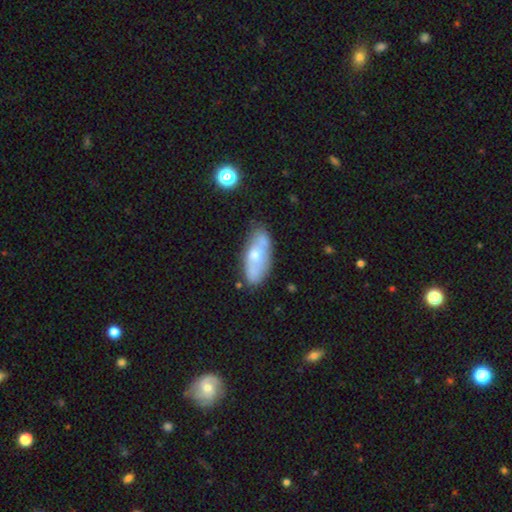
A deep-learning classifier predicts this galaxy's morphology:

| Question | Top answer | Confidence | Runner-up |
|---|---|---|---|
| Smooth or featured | smooth | 52% | featured or disk (41%) |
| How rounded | in between | 83% | cigar-shaped (14%) |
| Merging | none | 60% | minor disturbance (25%) |